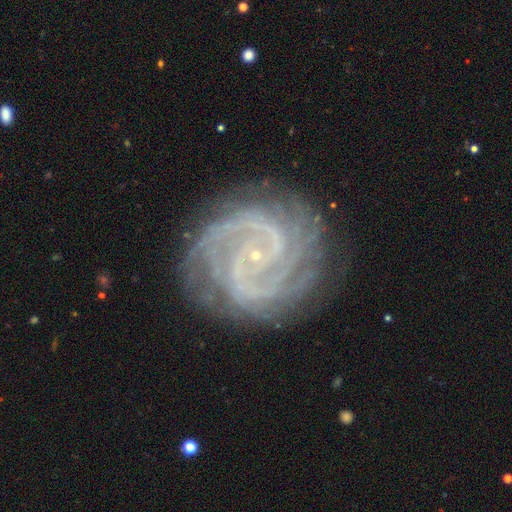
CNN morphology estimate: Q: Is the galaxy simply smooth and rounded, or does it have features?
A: featured or disk — 91%.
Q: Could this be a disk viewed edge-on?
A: no — 98%.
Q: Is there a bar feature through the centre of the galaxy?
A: no — 57%.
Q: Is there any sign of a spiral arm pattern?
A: yes — 99%.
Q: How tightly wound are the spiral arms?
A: tight — 73%.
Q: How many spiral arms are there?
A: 2 — 36%.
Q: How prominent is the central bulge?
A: small — 90%.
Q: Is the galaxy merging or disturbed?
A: none — 81%.